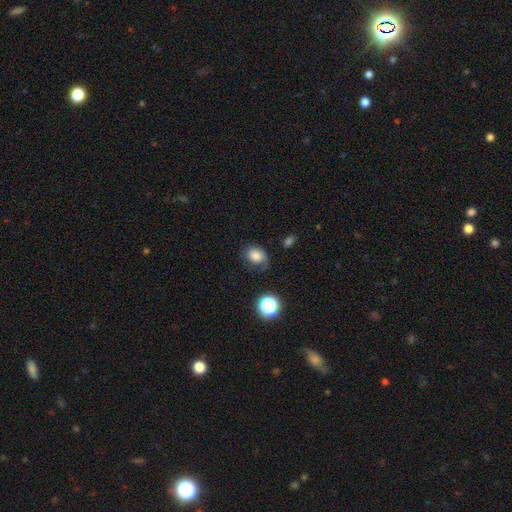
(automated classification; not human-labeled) smooth_or_featured: smooth (p=0.72) [alt: featured or disk p=0.16]
how_rounded: in between (p=0.57) [alt: round p=0.43]
merging: none (p=0.54) [alt: minor disturbance p=0.28]